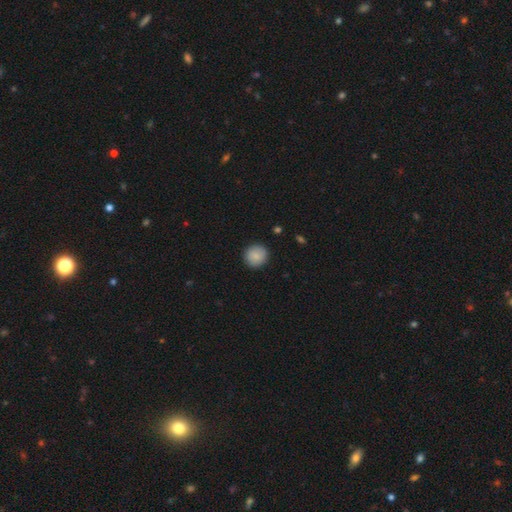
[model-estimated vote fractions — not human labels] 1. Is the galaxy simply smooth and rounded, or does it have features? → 87% smooth, 7% star or artifact, 6% featured or disk.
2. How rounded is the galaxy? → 90% round, 9% in between, 1% cigar-shaped.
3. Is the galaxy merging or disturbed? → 90% none, 7% minor disturbance, 2% major disturbance, 1% merger.